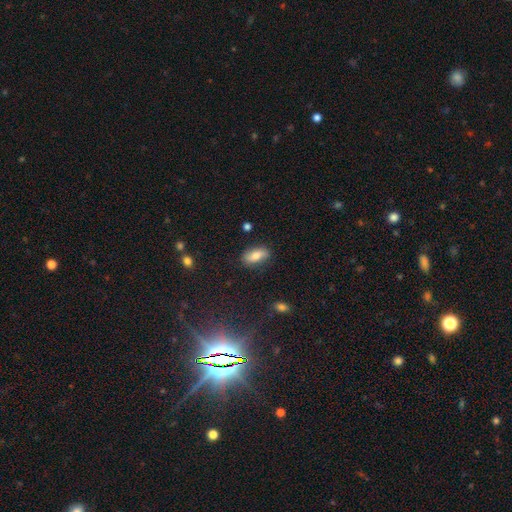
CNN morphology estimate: Smooth or featured? smooth (72%)
How rounded? in between (86%)
Merging? none (81%)